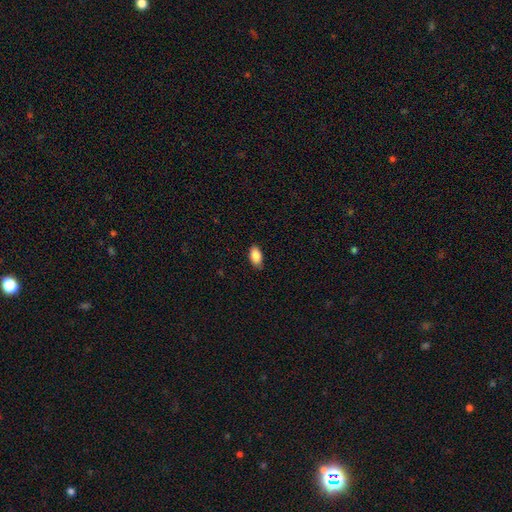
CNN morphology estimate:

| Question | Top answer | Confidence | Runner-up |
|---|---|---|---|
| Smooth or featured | smooth | 87% | star or artifact (7%) |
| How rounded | in between | 93% | round (4%) |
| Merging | none | 82% | minor disturbance (15%) |